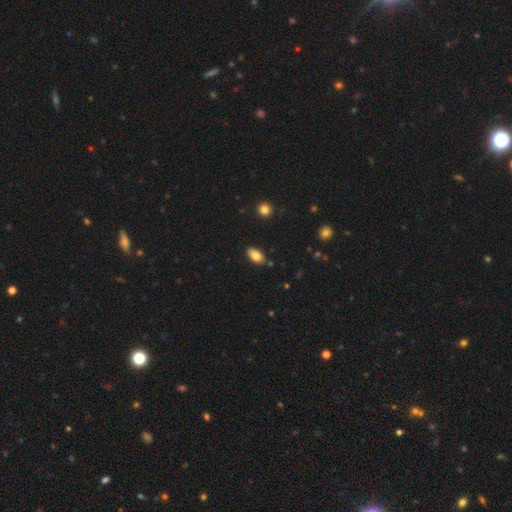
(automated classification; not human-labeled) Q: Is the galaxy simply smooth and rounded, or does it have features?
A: smooth — 81%.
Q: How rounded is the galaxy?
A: in between — 92%.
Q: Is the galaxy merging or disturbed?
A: none — 84%.